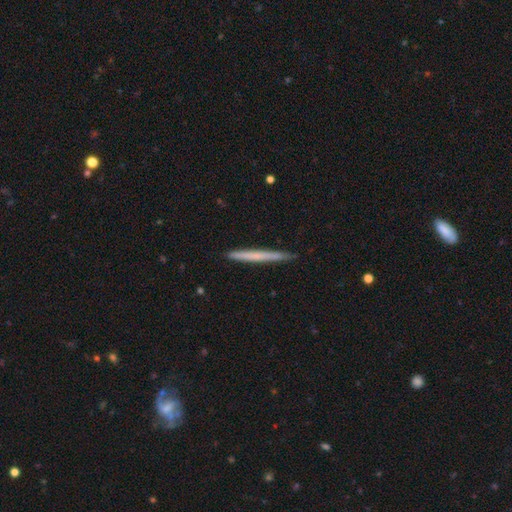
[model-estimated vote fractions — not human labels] Overall: smooth (56%; featured or disk 39%). How rounded: cigar-shaped (97%). Merging: none (89%).